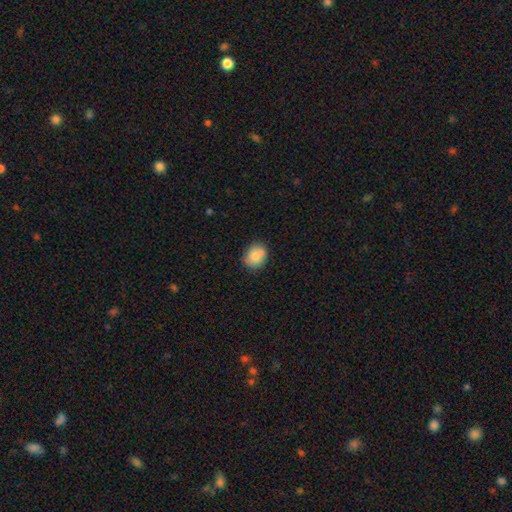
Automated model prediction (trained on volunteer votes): smooth_or_featured: smooth (p=0.79) [alt: featured or disk p=0.13]
how_rounded: round (p=0.54) [alt: in between p=0.45]
merging: none (p=0.67) [alt: minor disturbance p=0.18]